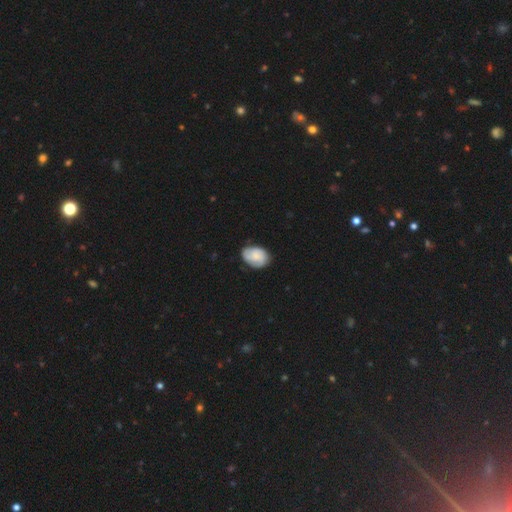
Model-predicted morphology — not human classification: smooth 60%, featured or disk 34%, star or artifact 7%. Down the decision tree: how rounded — in between (78%); merging — none (67%).